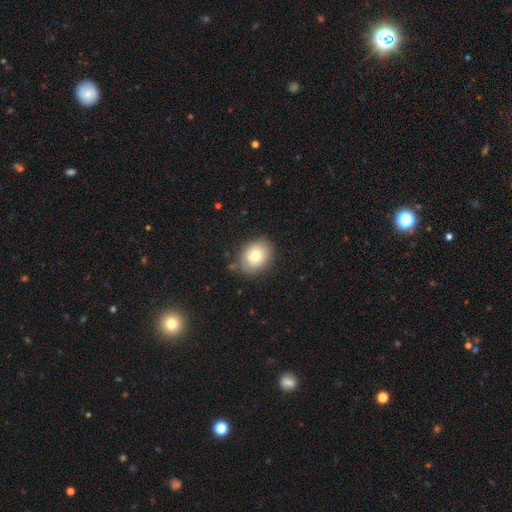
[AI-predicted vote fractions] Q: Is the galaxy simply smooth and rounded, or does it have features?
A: smooth — 73%.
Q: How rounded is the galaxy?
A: round — 56%.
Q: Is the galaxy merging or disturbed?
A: none — 81%.